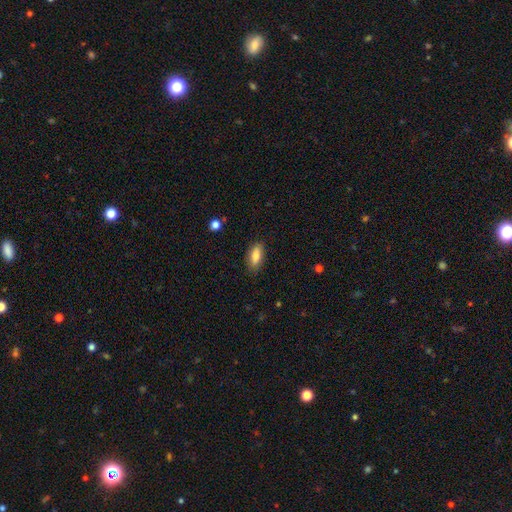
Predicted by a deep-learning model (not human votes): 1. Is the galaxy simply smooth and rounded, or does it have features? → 81% smooth, 11% featured or disk, 7% star or artifact.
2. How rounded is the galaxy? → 78% in between, 19% cigar-shaped, 3% round.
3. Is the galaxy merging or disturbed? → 84% none, 12% minor disturbance, 3% major disturbance, 1% merger.